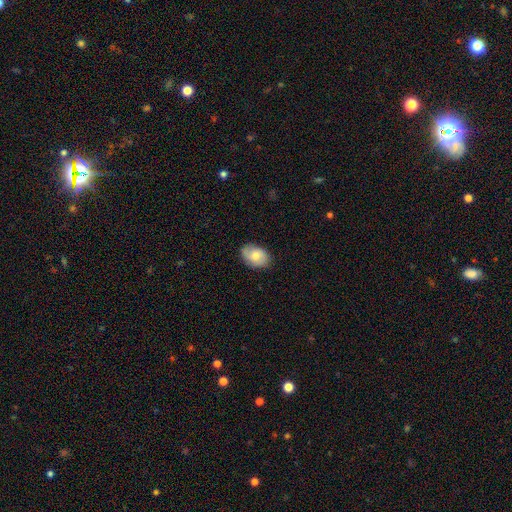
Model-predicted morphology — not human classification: smooth-or-featured: smooth: 69% | featured or disk: 24% | star or artifact: 7%
  how-rounded: in between: 84% | round: 15% | cigar-shaped: 1%
  merging: none: 80% | minor disturbance: 16% | major disturbance: 3% | merger: 1%